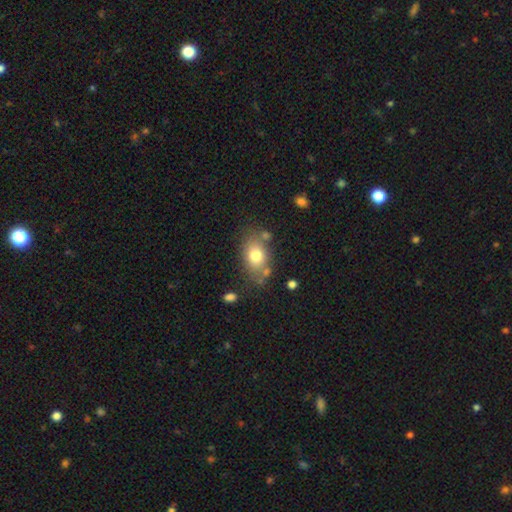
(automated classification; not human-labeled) Overall: smooth (75%). How rounded: in between (74%). Merging: none (69%).